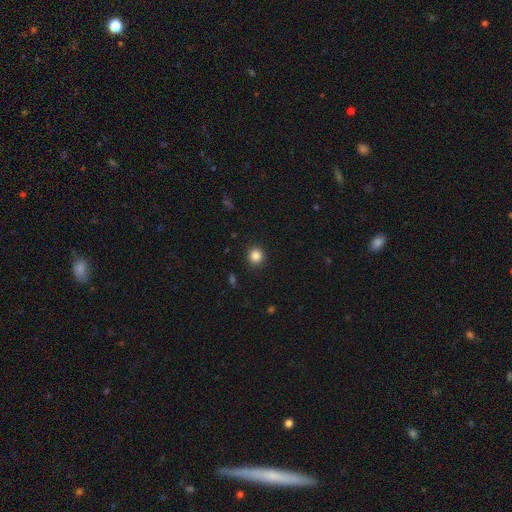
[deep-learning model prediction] A smooth galaxy with no disk features (85%) that is round (93%).

Vote fractions:
- Smooth or featured? smooth: 85% / star or artifact: 11% / featured or disk: 4%
- How rounded? round: 93% / in between: 6% / cigar-shaped: 1%
- Merging? none: 91% / minor disturbance: 6% / major disturbance: 2% / merger: 1%